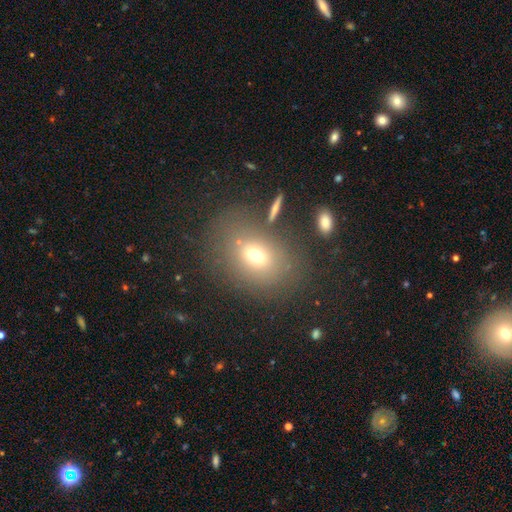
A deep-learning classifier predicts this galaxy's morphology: smooth-or-featured: smooth: 66% | star or artifact: 17% | featured or disk: 16%
  how-rounded: in between: 63% | round: 36% | cigar-shaped: 2%
  merging: none: 71% | minor disturbance: 13% | major disturbance: 8% | merger: 7%